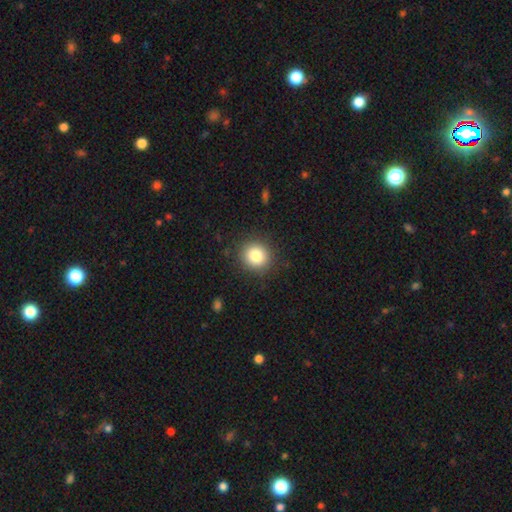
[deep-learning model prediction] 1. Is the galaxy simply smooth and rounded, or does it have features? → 82% smooth, 10% star or artifact, 7% featured or disk.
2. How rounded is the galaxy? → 87% round, 12% in between, 1% cigar-shaped.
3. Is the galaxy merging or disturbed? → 89% none, 7% minor disturbance, 3% major disturbance, 1% merger.